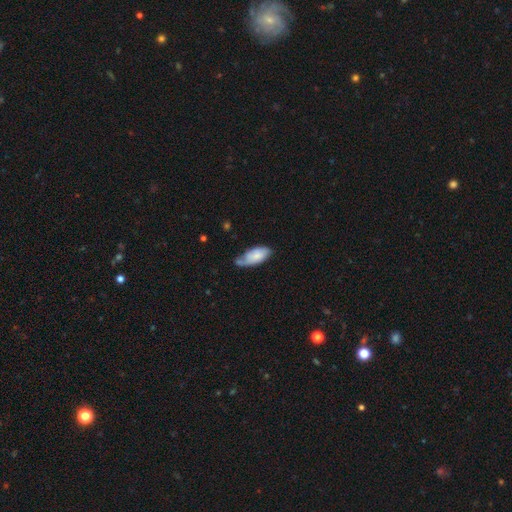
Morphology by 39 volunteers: smooth 67%, featured or disk 28%, star or artifact 5%. Down the decision tree: how rounded — in between (85%); merging — none (41%).